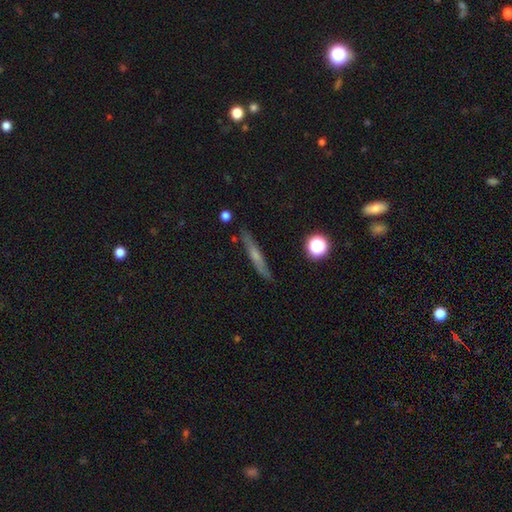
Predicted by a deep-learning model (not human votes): A smooth galaxy with no disk features (46%). Merging: none (85%).